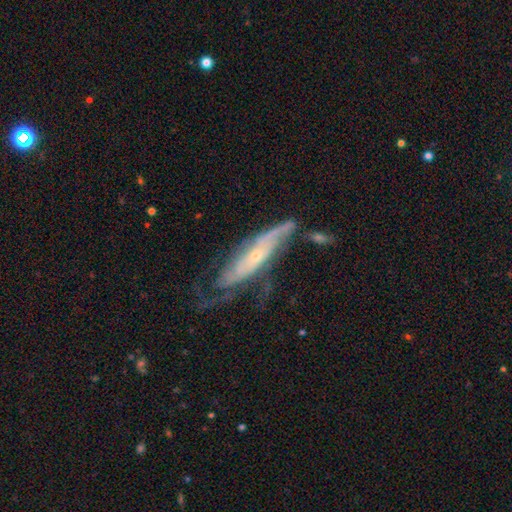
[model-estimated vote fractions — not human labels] featured or disk 77%, smooth 16%, star or artifact 7%. Down the decision tree: edge-on disk — no (69%); bar — no (63%); spiral arms — yes (87%); bulge size — small (70%); merging — none (43%).